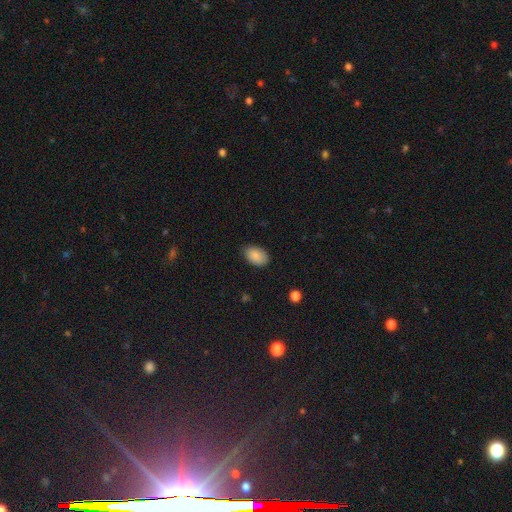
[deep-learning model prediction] This is clearly a smooth galaxy (87%). How rounded: clearly in between (91%). Merging: clearly none (84%).